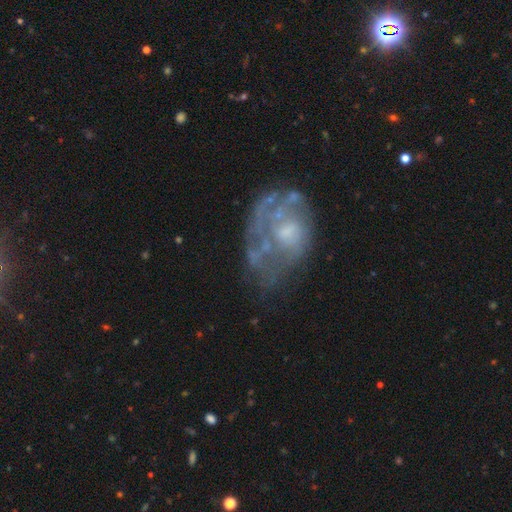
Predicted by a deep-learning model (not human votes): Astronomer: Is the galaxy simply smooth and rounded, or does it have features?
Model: featured or disk — 68%.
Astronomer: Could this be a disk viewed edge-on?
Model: no — 97%.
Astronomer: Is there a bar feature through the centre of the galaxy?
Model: no — 82%.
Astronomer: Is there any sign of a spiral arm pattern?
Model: no — 56% (runner-up: yes, 44%).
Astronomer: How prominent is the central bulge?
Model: small — 35% (runner-up: moderate, 33%).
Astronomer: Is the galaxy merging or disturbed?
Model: none — 48% (runner-up: major disturbance, 24%).